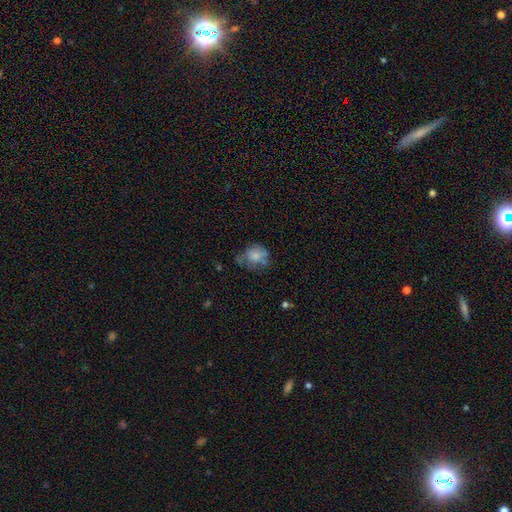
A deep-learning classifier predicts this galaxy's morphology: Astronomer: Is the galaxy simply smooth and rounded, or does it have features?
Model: smooth — 66%.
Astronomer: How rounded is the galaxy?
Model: round — 61% (runner-up: in between, 38%).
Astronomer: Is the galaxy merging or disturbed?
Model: none — 39% (runner-up: minor disturbance, 31%).